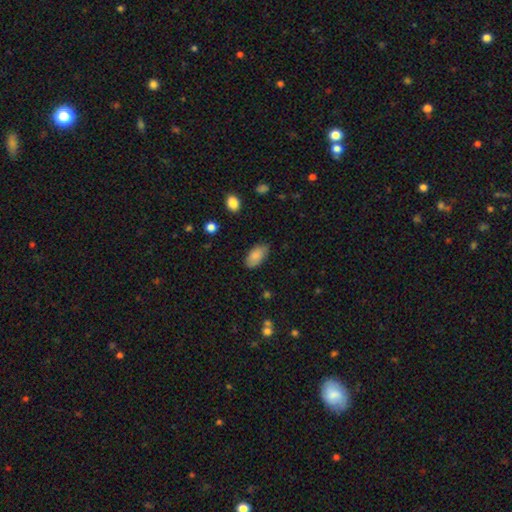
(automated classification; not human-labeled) Overall: smooth (86%). How rounded: in between (94%). Merging: none (79%).